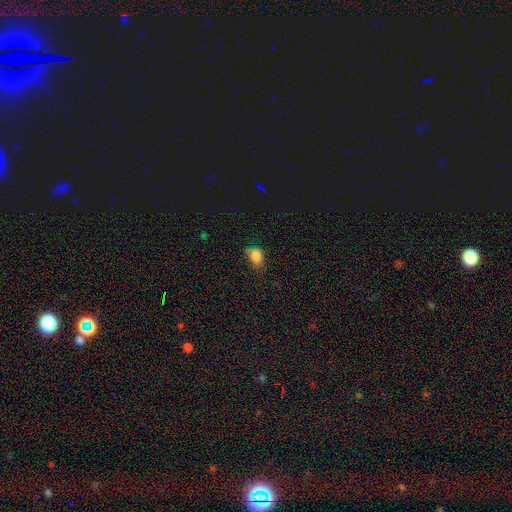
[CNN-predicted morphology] This appears to be a smooth galaxy with no disk features (80%) that is in between round and cigar-shaped (69%). Merging: none (49%).